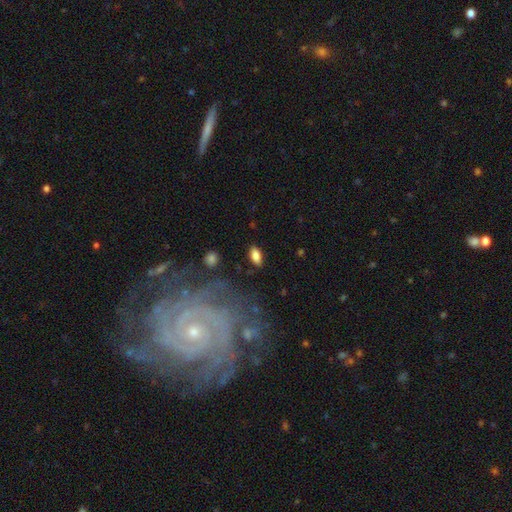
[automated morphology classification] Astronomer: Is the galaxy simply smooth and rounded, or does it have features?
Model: smooth — 81%.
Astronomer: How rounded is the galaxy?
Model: in between — 88%.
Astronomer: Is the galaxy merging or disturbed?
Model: none — 85%.